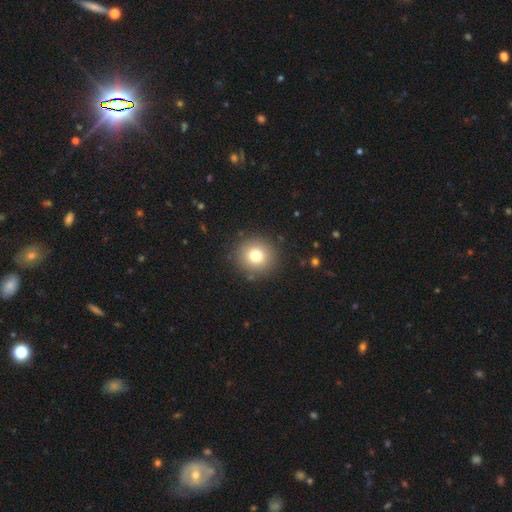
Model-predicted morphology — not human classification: Smooth or featured: smooth — 77% (star or artifact — 12%)
How rounded: round — 92% (in between — 7%)
Merging: none — 89% (minor disturbance — 7%)